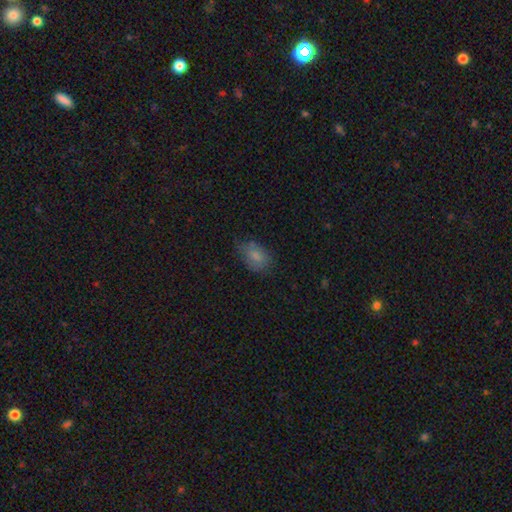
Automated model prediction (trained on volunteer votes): smooth 79%, featured or disk 12%, star or artifact 9%. Down the decision tree: how rounded — in between (85%); merging — none (60%).